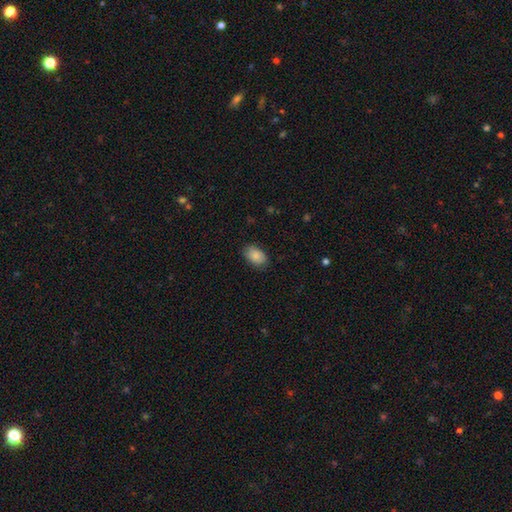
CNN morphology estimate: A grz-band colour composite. It shows a smooth galaxy with no disk features (86%) that is in between round and cigar-shaped (89%). Merging: none (82%).